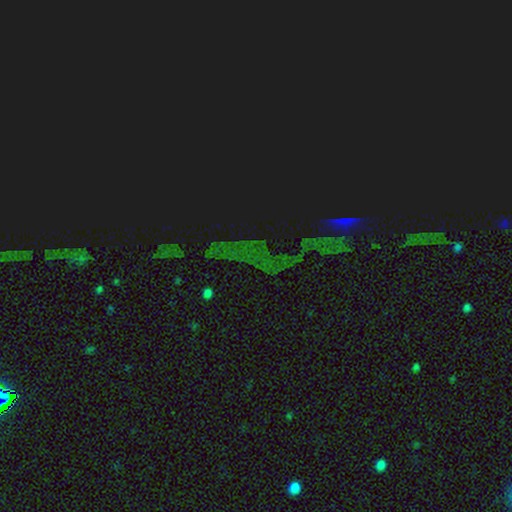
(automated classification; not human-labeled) A star or artifact, not a galaxy (82%).

Vote fractions:
- Smooth or featured? star or artifact: 82% / smooth: 10% / featured or disk: 8%